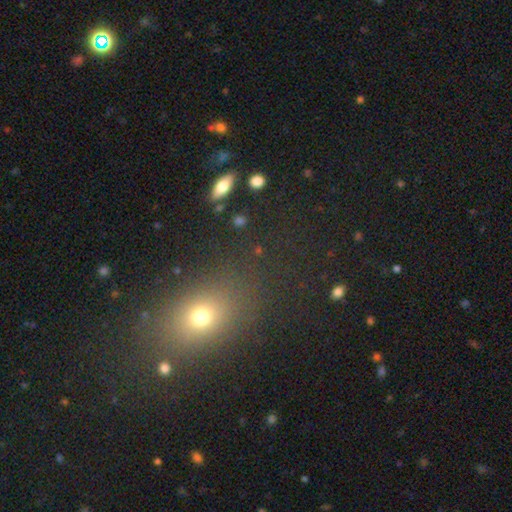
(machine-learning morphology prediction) Smooth or featured: smooth — 57% (star or artifact — 32%)
How rounded: in between — 58% (round — 38%)
Merging: none — 84% (minor disturbance — 9%)